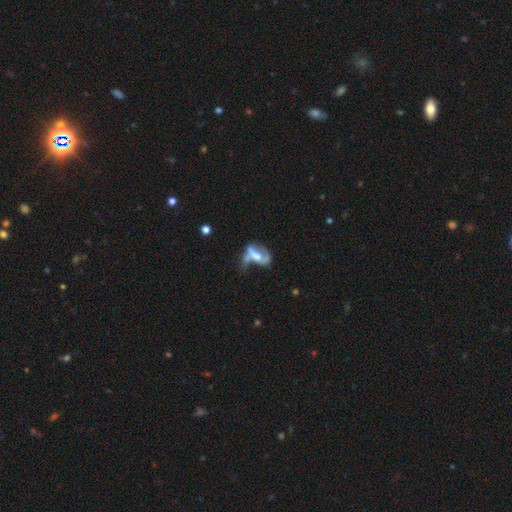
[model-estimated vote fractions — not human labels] Smooth or featured?
  - featured or disk: 60% *
  - smooth: 30%
  - star or artifact: 10%
Edge-on disk?
  - no: 92% *
  - yes: 8%
Bar?
  - no: 50% *
  - weak: 29%
  - strong: 21%
Spiral arms?
  - no: 53% *
  - yes: 47%
Bulge size?
  - moderate: 39% *
  - small: 25%
  - none: 22%
  - large: 11%
  - dominant: 2%
Merging?
  - major disturbance: 39% *
  - merger: 22%
  - none: 21%
  - minor disturbance: 18%